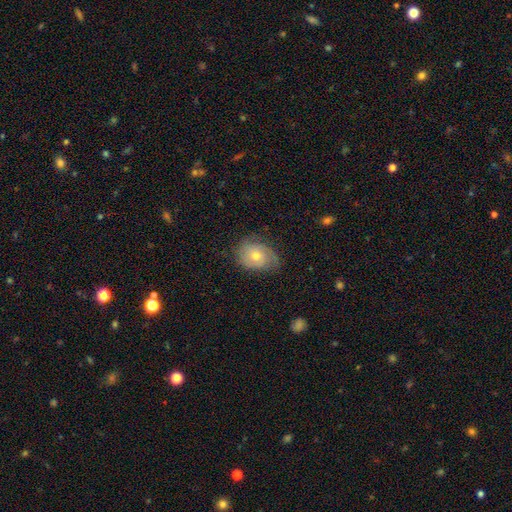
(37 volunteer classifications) A featured or disk galaxy (68%) with no bar (71%), 2 (44%) medium (39%) spiral arms (86%) and a moderate central bulge (71%).

Vote fractions:
- Smooth or featured? featured or disk: 68% / smooth: 24% / star or artifact: 8%
- Edge-on disk? no: 84% / yes: 16%
- Bar? no: 71% / weak: 29% / strong: 0%
- Spiral arms? yes: 86% / no: 14%
- Spiral winding? medium: 39% / tight: 33% / loose: 28%
- Spiral arm count? 2: 44% / 1: 33% / can't tell: 22% / 3: 0% / 4: 0% / more than 4: 0%
- Bulge size? moderate: 71% / small: 24% / none: 5% / dominant: 0% / large: 0%
- Merging? minor disturbance: 47% / none: 38% / major disturbance: 12% / merger: 3%